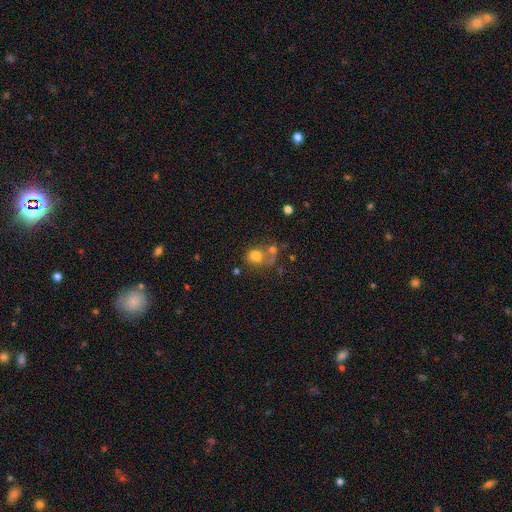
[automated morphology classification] type=smooth (74%); roundness=round (70%); merging=none (47%).